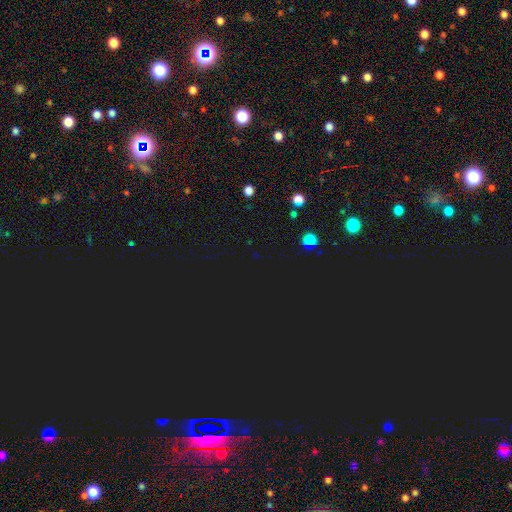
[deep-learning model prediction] star or artifact 74%, smooth 20%, featured or disk 6%.